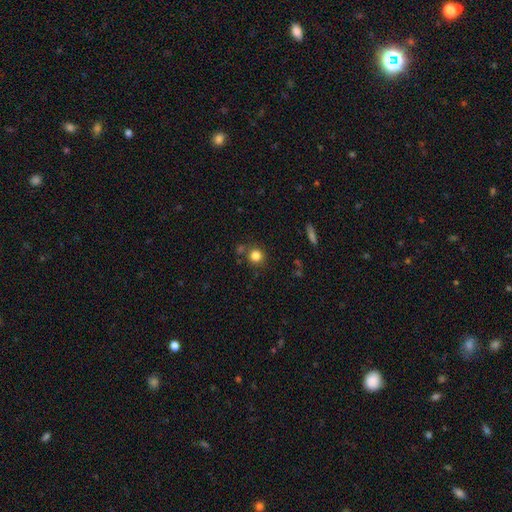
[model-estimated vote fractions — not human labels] Morphology: type=smooth (82%); roundness=round (91%); merging=none (79%).